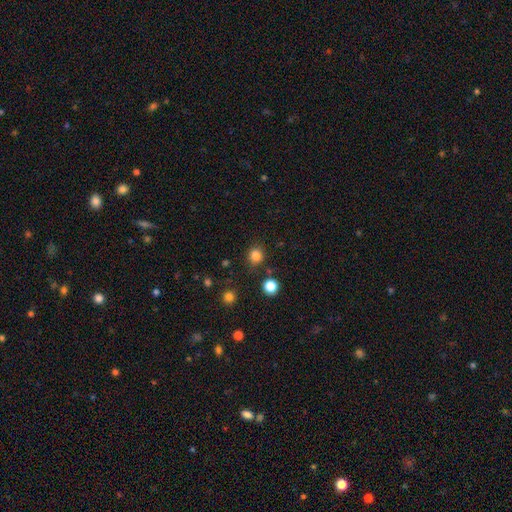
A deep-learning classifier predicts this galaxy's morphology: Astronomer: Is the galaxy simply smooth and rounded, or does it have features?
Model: smooth — 82%.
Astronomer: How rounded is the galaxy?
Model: round — 84%.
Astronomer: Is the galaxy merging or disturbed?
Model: none — 82%.